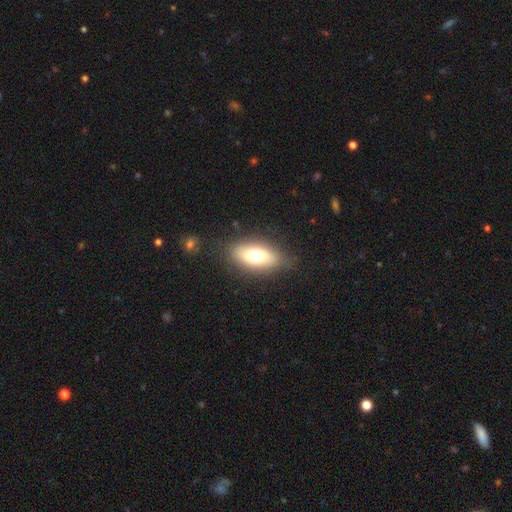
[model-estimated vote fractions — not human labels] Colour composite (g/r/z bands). It shows a smooth galaxy with no disk features (68%) that is in between round and cigar-shaped (83%). Merging: none (80%).